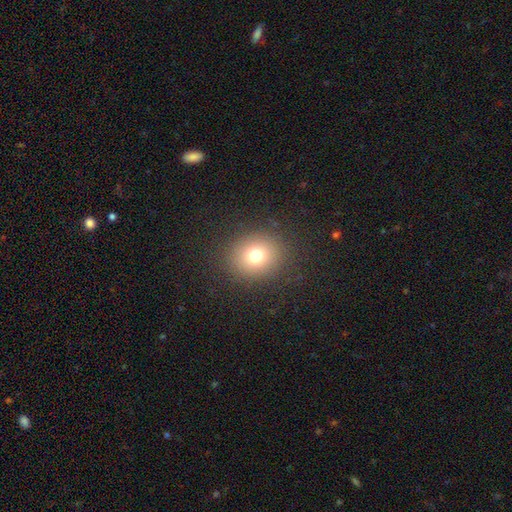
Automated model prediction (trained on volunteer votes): A smooth galaxy with no disk features (75%) that is round (77%). Merging: none (87%).